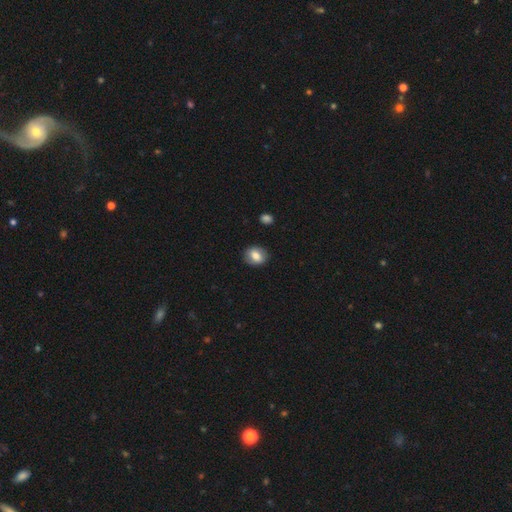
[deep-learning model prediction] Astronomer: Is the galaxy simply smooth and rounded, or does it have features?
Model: smooth — 74%.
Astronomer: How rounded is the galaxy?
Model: in between — 53% (runner-up: round, 46%).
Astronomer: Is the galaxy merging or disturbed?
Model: none — 86%.